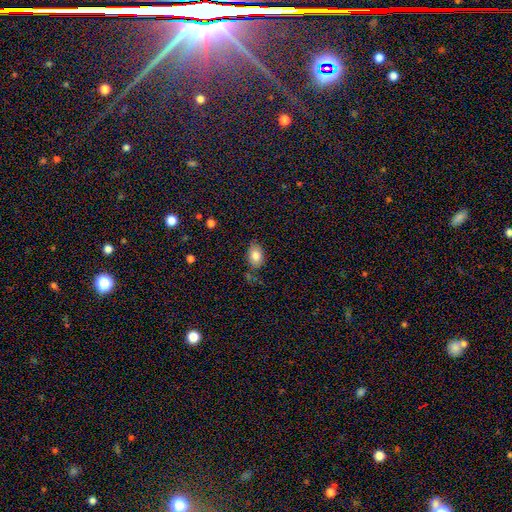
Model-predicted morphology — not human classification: A smooth galaxy with no disk features (82%) that is in between round and cigar-shaped (83%).

Vote fractions:
- Smooth or featured? smooth: 82% / featured or disk: 9% / star or artifact: 8%
- How rounded? in between: 83% / round: 16% / cigar-shaped: 1%
- Merging? none: 75% / minor disturbance: 18% / major disturbance: 4% / merger: 4%